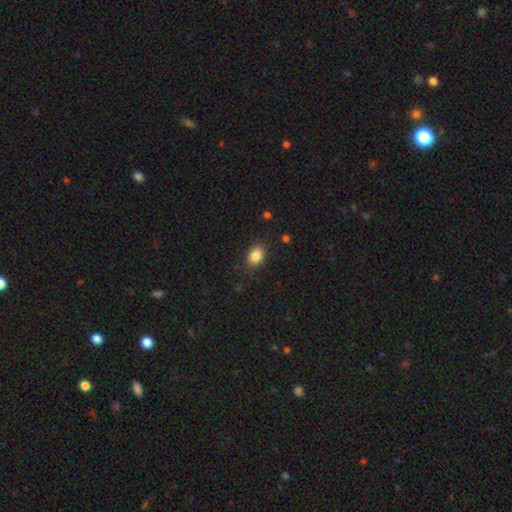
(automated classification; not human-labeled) Smooth or featured? smooth (86%)
How rounded? in between (74%)
Merging? none (84%)